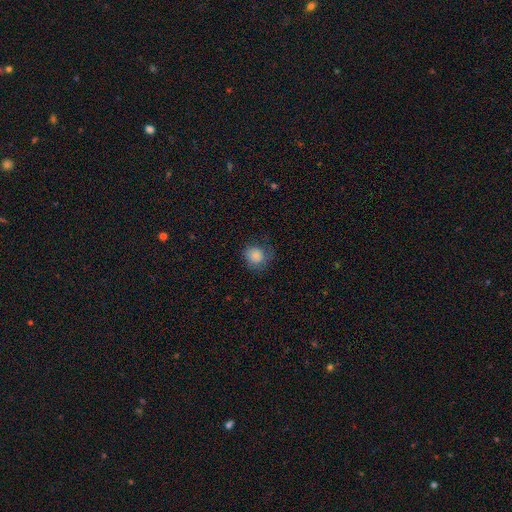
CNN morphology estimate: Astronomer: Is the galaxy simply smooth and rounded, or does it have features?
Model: smooth — 83%.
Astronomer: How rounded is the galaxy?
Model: round — 81%.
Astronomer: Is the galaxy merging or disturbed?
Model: none — 62%.